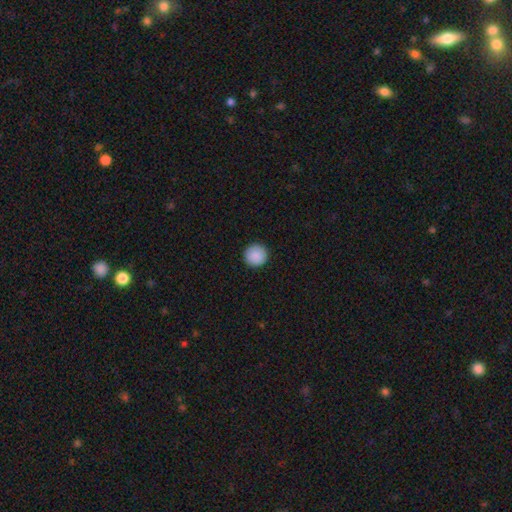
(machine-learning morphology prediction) smooth-or-featured: smooth: 90% | star or artifact: 8% | featured or disk: 3%
  how-rounded: round: 96% | in between: 3% | cigar-shaped: 1%
  merging: none: 93% | minor disturbance: 4% | major disturbance: 1% | merger: 1%